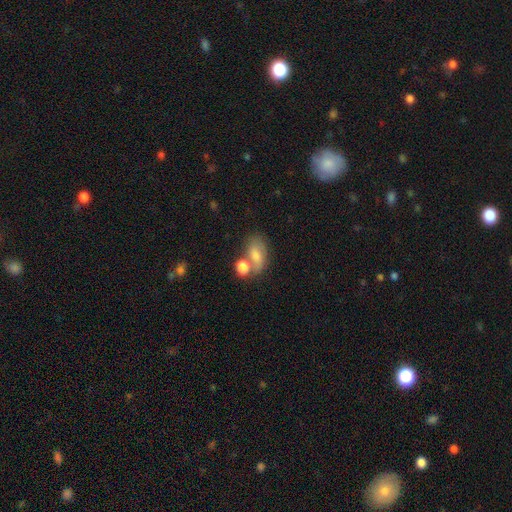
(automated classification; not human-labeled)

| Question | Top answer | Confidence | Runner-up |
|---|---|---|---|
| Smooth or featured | smooth | 67% | featured or disk (21%) |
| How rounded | in between | 82% | round (15%) |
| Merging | none | 43% | merger (30%) |